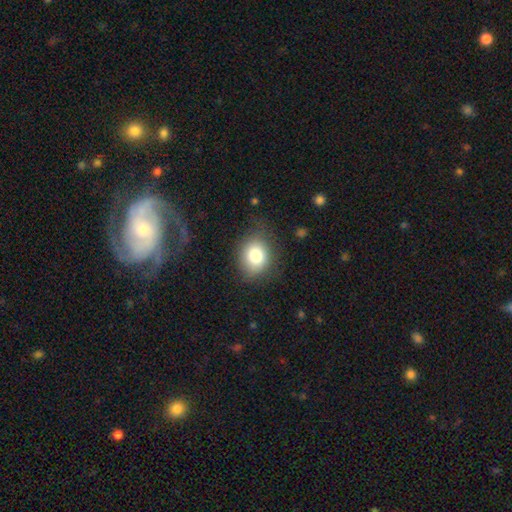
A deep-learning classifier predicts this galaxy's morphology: smooth-or-featured: smooth: 80% | star or artifact: 10% | featured or disk: 10%
  how-rounded: round: 59% | in between: 40% | cigar-shaped: 1%
  merging: none: 77% | minor disturbance: 16% | major disturbance: 6% | merger: 1%